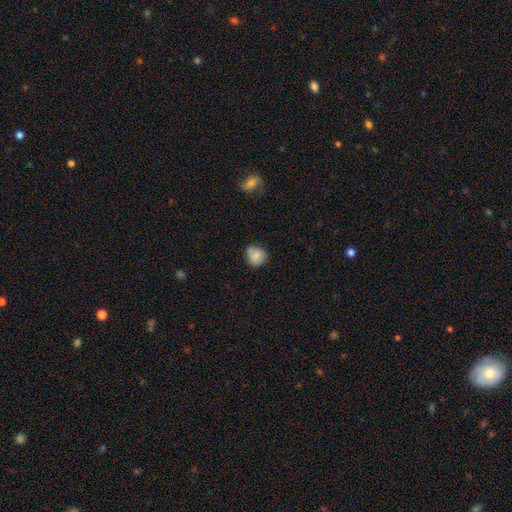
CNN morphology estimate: This appears to be a smooth galaxy with no disk features (77%) that is round (77%). Merging: none (66%).